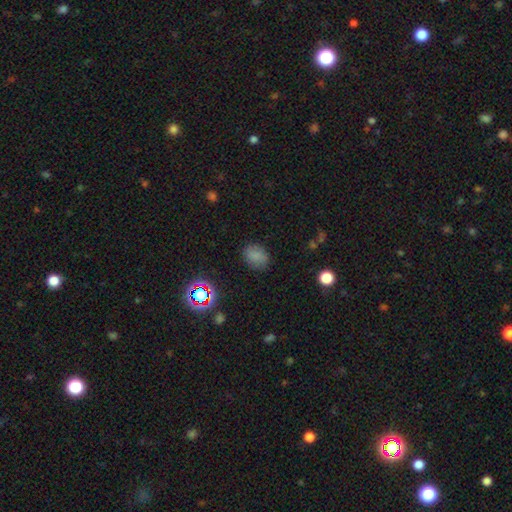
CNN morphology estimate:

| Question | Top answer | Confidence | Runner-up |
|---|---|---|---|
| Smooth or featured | smooth | 78% | star or artifact (15%) |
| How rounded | in between | 63% | round (36%) |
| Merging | none | 81% | minor disturbance (14%) |